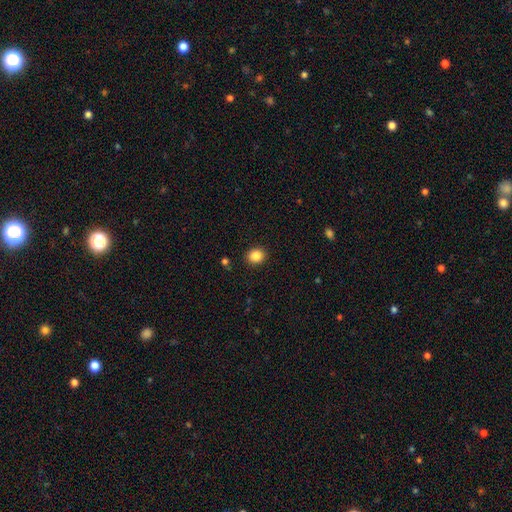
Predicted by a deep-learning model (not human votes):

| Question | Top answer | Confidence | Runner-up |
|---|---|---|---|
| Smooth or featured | smooth | 87% | star or artifact (10%) |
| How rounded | round | 71% | in between (29%) |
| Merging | none | 90% | minor disturbance (6%) |